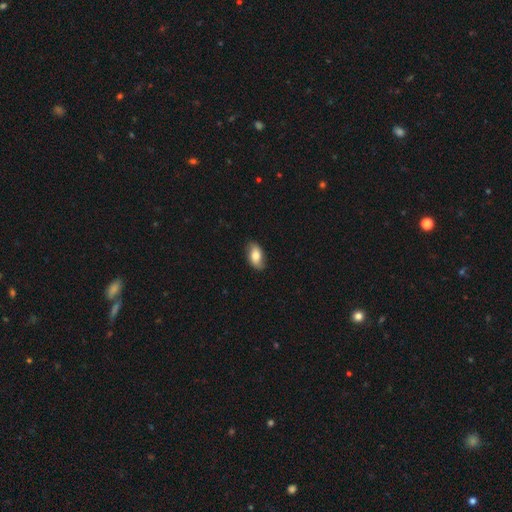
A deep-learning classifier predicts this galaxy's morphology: smooth 70%, featured or disk 23%, star or artifact 7%. Down the decision tree: how rounded — in between (92%); merging — none (82%).